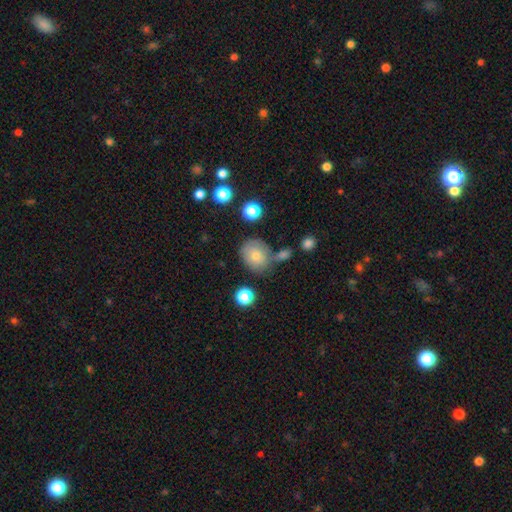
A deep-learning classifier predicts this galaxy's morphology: This is likely a smooth galaxy (72%). How rounded: likely round (65%). Merging: likely none (63%).